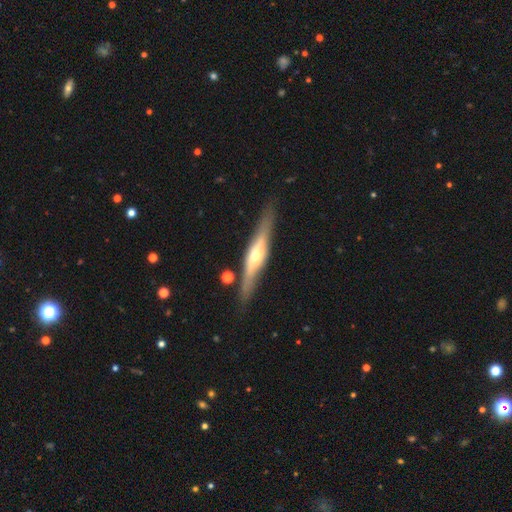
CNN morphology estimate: smooth-or-featured: featured or disk: 72% | smooth: 22% | star or artifact: 6%
  disk-edge-on: yes: 94% | no: 6%
    edge-on-bulge: rounded: 88% | boxy: 7% | none: 5%
  merging: none: 85% | minor disturbance: 10% | major disturbance: 3% | merger: 3%